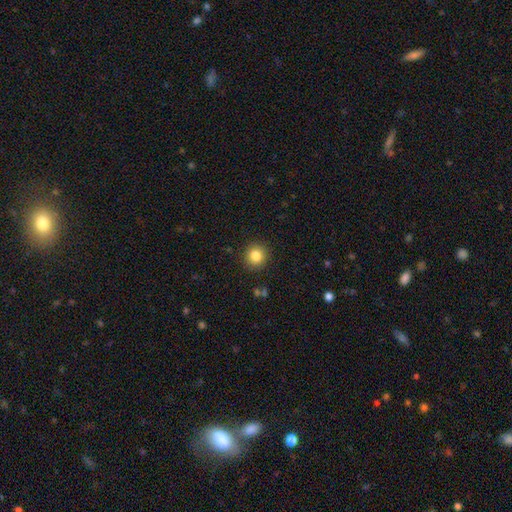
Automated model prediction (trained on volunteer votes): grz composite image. It shows a smooth galaxy with no disk features (84%) that is round (90%). Merging: none (90%).